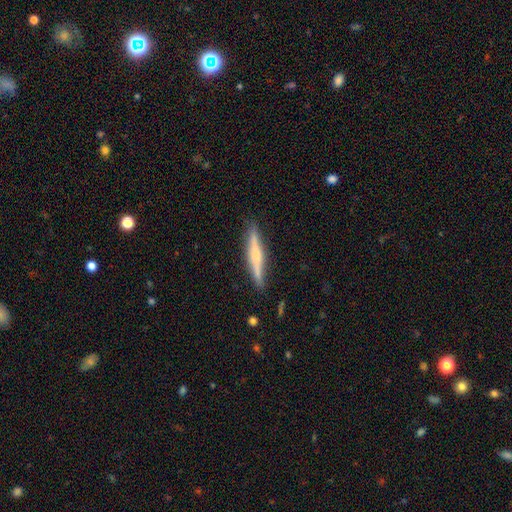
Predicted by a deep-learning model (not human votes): featured or disk 52%, smooth 41%, star or artifact 6%. Down the decision tree: edge-on disk — yes (97%); edge-on bulge — rounded (49%); merging — none (89%).